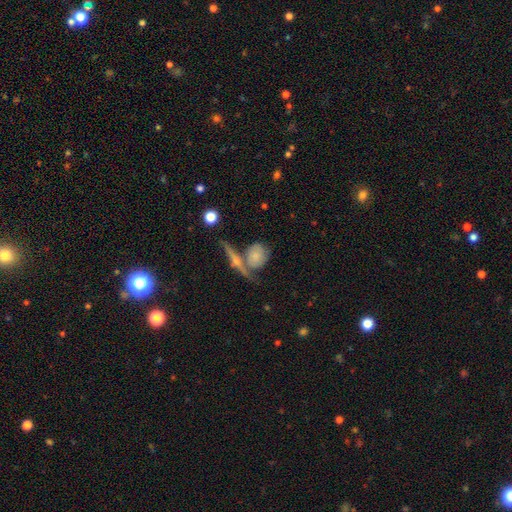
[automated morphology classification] Smooth or featured?
  - smooth: 51% *
  - featured or disk: 41%
  - star or artifact: 8%
How rounded?
  - round: 50% *
  - in between: 42%
  - cigar-shaped: 8%
Merging?
  - none: 44% *
  - merger: 30%
  - minor disturbance: 17%
  - major disturbance: 9%